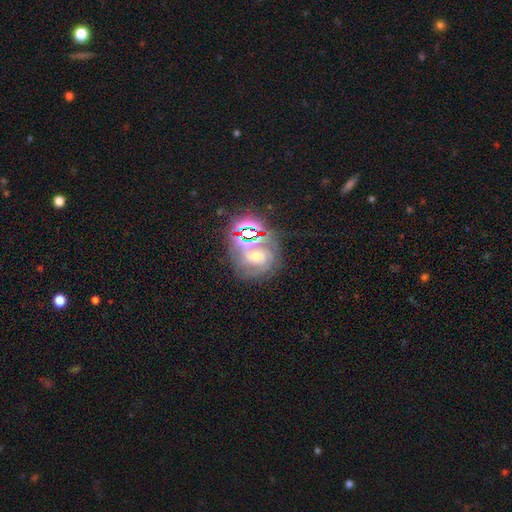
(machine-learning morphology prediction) The model was most divided on "smooth or featured": featured or disk: 48%, star or artifact: 36%, smooth: 16%. More confident: merging — none (61%).